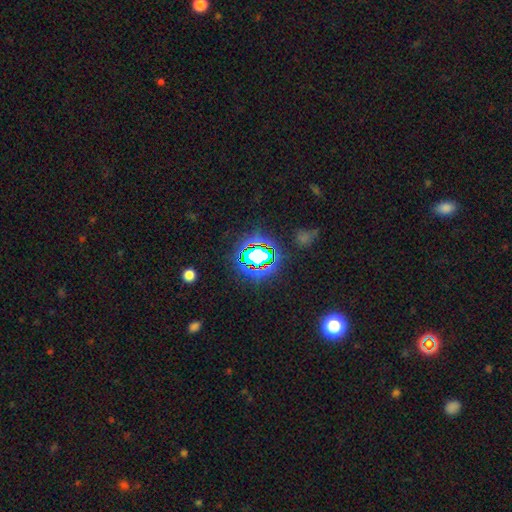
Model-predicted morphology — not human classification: This is likely a star or artifact rather than a galaxy (70%).